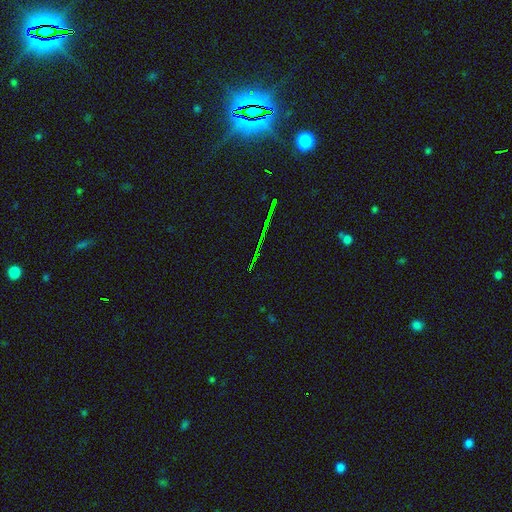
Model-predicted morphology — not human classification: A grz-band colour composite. It shows a star or artifact, not a galaxy (81%).